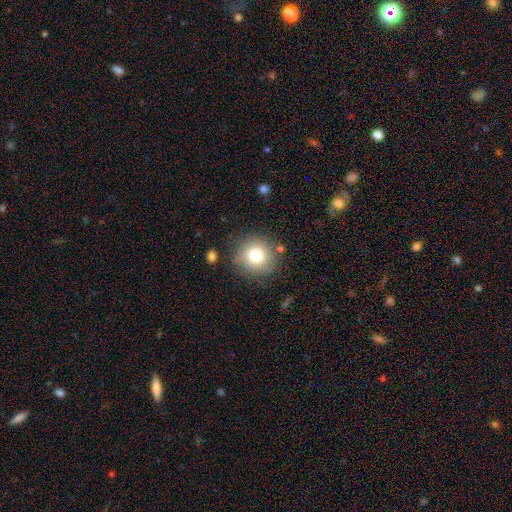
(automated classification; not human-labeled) A smooth galaxy with no disk features (77%) that is round (94%). Merging: none (82%).